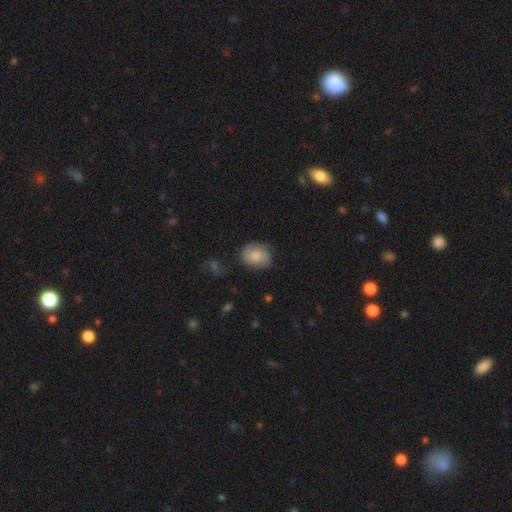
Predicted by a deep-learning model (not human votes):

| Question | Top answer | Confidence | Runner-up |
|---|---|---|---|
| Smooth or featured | smooth | 78% | featured or disk (15%) |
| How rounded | in between | 51% | round (48%) |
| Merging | none | 67% | minor disturbance (25%) |